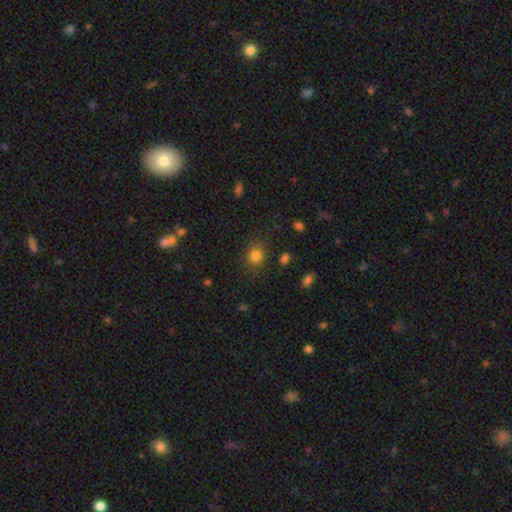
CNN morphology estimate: Smooth or featured?
  - smooth: 82% *
  - star or artifact: 13%
  - featured or disk: 5%
How rounded?
  - round: 66% *
  - in between: 33%
  - cigar-shaped: 1%
Merging?
  - none: 81% *
  - minor disturbance: 12%
  - major disturbance: 4%
  - merger: 2%